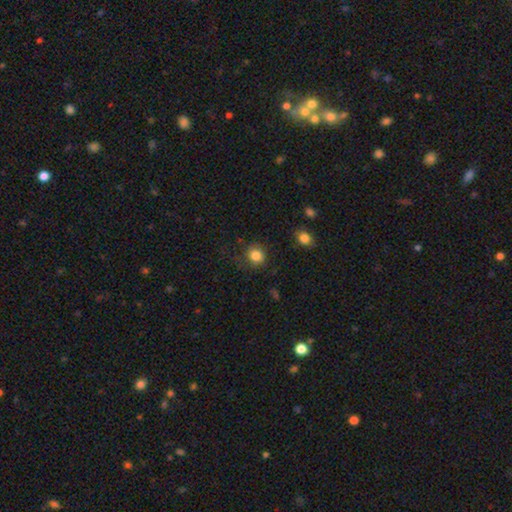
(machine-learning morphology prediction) The model was most divided on "merging": none: 77%, minor disturbance: 15%, major disturbance: 6%, merger: 2%. More confident: smooth or featured — smooth (84%); how rounded — round (84%).